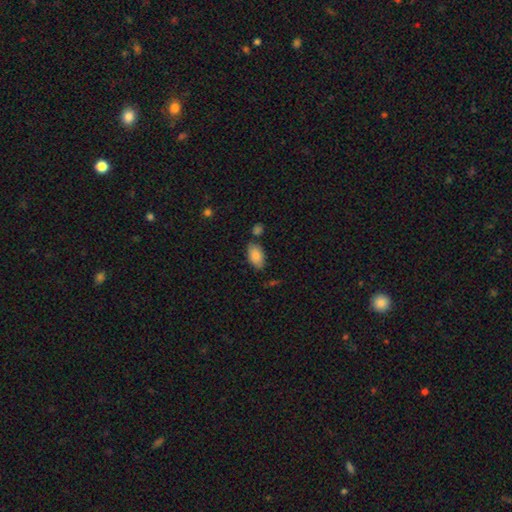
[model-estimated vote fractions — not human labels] Smooth or featured?
  - smooth: 83% *
  - featured or disk: 10%
  - star or artifact: 7%
How rounded?
  - in between: 94% *
  - round: 4%
  - cigar-shaped: 2%
Merging?
  - none: 74% *
  - minor disturbance: 15%
  - merger: 8%
  - major disturbance: 3%